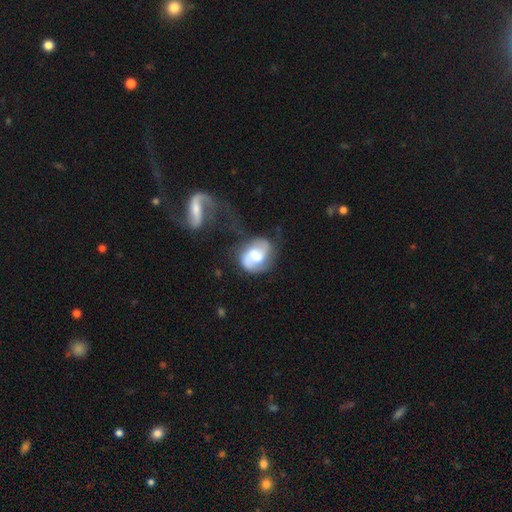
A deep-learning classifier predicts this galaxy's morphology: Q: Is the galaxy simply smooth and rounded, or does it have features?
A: featured or disk — 71%.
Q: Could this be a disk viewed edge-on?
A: no — 97%.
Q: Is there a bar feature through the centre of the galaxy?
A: weak — 45%.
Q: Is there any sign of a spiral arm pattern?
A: yes — 91%.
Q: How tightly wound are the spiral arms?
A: medium — 46%.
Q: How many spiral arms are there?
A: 2 — 82%.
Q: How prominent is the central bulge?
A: moderate — 48%.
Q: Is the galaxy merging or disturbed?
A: none — 54%.